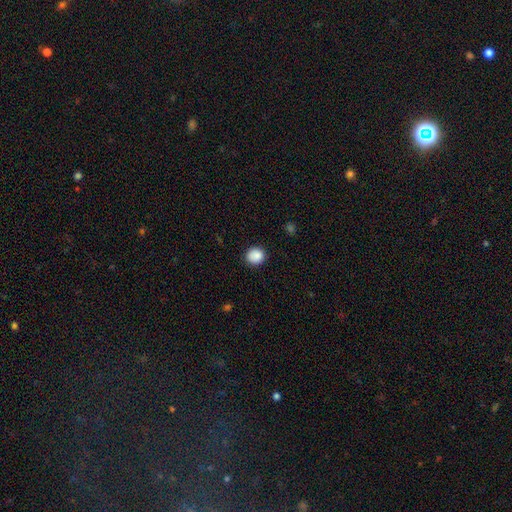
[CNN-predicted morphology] The model was most divided on "how rounded": round: 84%, in between: 15%, cigar-shaped: 1%. More confident: smooth or featured — smooth (88%); merging — none (87%).